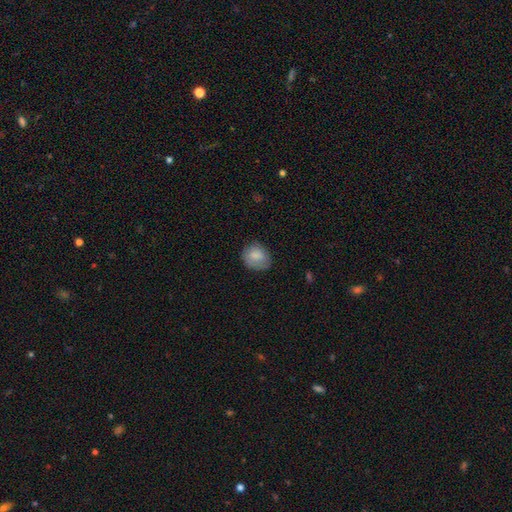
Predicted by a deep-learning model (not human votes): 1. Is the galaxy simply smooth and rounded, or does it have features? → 82% smooth, 11% featured or disk, 7% star or artifact.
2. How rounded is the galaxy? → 59% round, 40% in between, 1% cigar-shaped.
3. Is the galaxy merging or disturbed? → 68% none, 24% minor disturbance, 7% major disturbance, 1% merger.